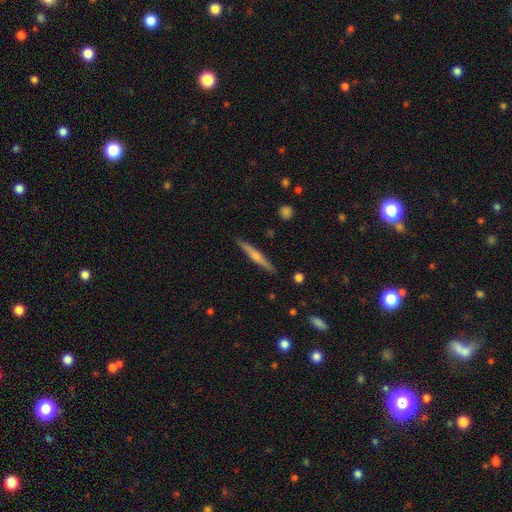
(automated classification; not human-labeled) Smooth or featured? Predicted: featured or disk (p=0.52). Edge-on disk? Predicted: yes (p=0.97). Edge-on bulge? Predicted: rounded (p=0.69). Merging? Predicted: none (p=0.89).